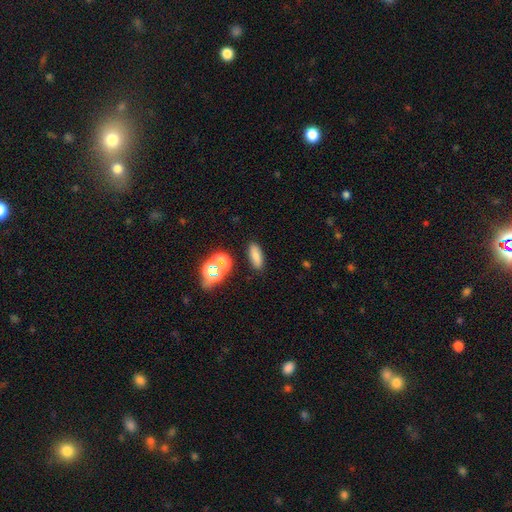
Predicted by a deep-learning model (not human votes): Smooth or featured?
  - smooth: 74% *
  - star or artifact: 15%
  - featured or disk: 10%
How rounded?
  - in between: 64% *
  - cigar-shaped: 27%
  - round: 9%
Merging?
  - none: 85% *
  - minor disturbance: 8%
  - merger: 4%
  - major disturbance: 3%